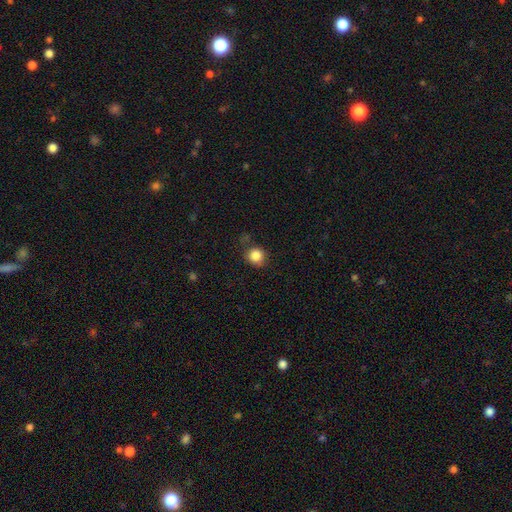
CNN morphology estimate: smooth-or-featured: smooth: 85% | star or artifact: 10% | featured or disk: 5%
  how-rounded: round: 86% | in between: 13% | cigar-shaped: 1%
  merging: none: 76% | minor disturbance: 17% | major disturbance: 5% | merger: 3%